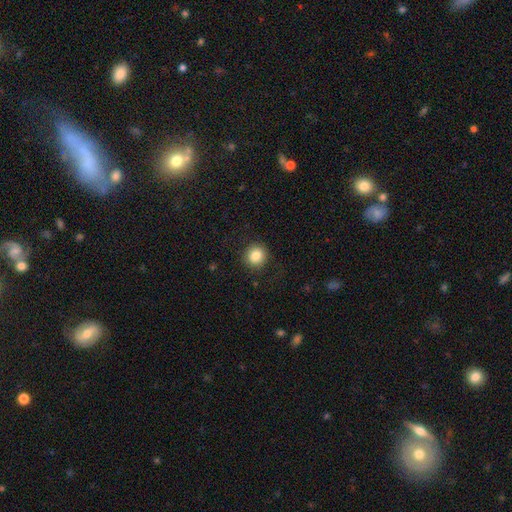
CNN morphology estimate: This appears to be a smooth galaxy with no disk features (85%) that is round (89%). Merging: none (89%).